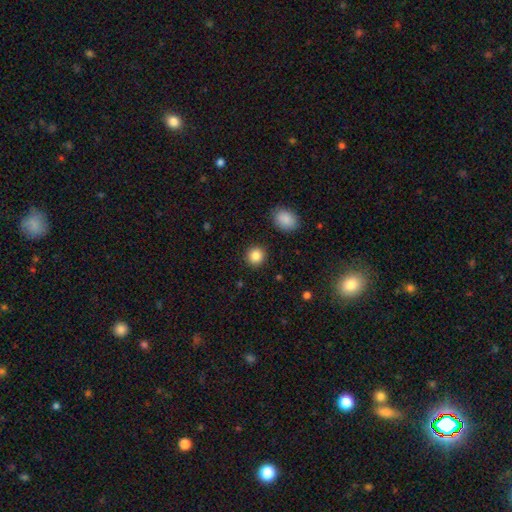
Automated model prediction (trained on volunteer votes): smooth_or_featured: smooth (p=0.86) [alt: star or artifact p=0.09]
how_rounded: round (p=0.90) [alt: in between p=0.09]
merging: none (p=0.91) [alt: minor disturbance p=0.05]